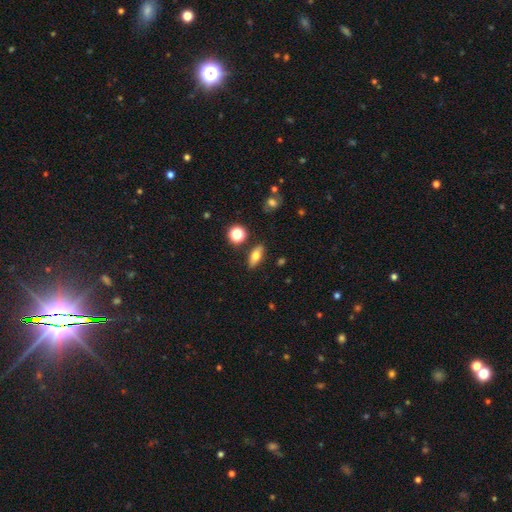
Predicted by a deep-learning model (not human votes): smooth 68%, featured or disk 22%, star or artifact 10%. Down the decision tree: how rounded — in between (75%); merging — none (84%).